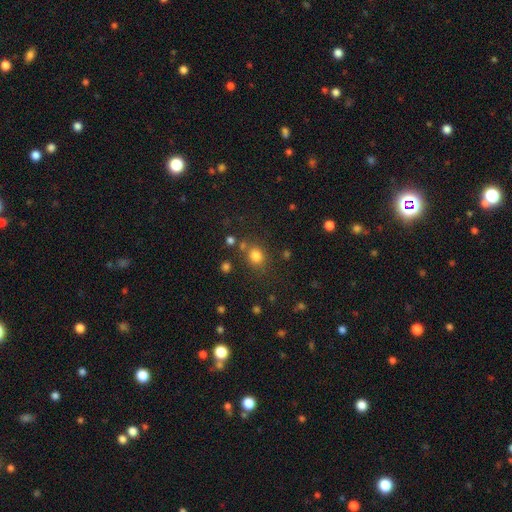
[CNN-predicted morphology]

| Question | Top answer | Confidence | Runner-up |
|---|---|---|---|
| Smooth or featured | smooth | 79% | star or artifact (15%) |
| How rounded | round | 76% | in between (23%) |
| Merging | none | 73% | minor disturbance (12%) |